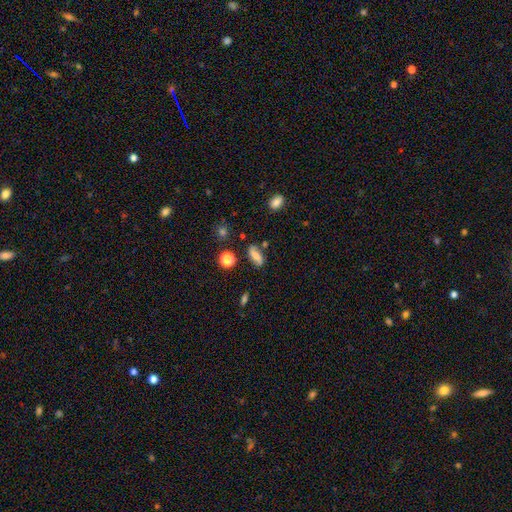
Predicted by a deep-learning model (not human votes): Smooth or featured? smooth (53%)
How rounded? in between (67%)
Merging? none (73%)